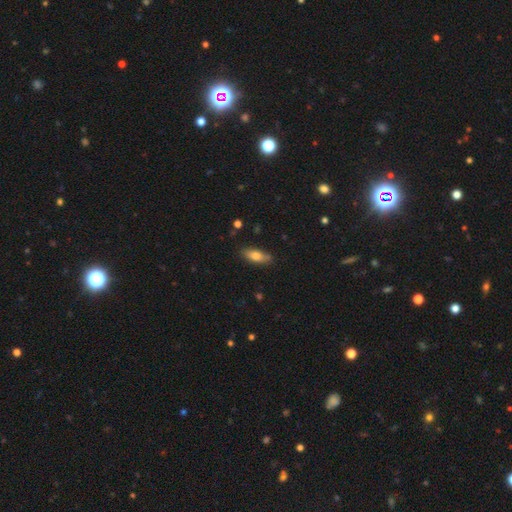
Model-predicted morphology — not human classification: Smooth or featured: smooth — 74% (featured or disk — 19%)
How rounded: in between — 71% (cigar-shaped — 26%)
Merging: none — 79% (minor disturbance — 16%)